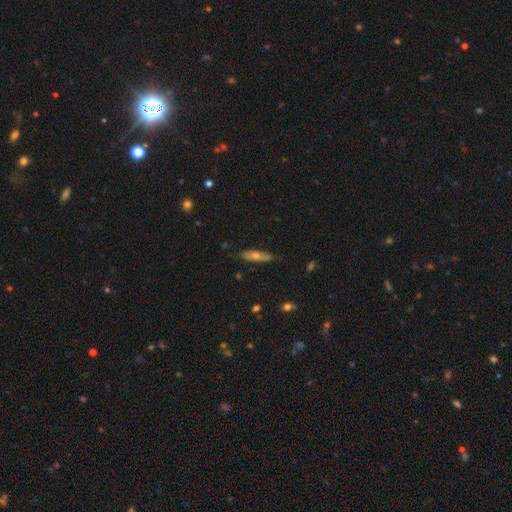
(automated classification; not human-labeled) A smooth galaxy with no disk features (50%) that is cigar-shaped (66%). Merging: none (75%).